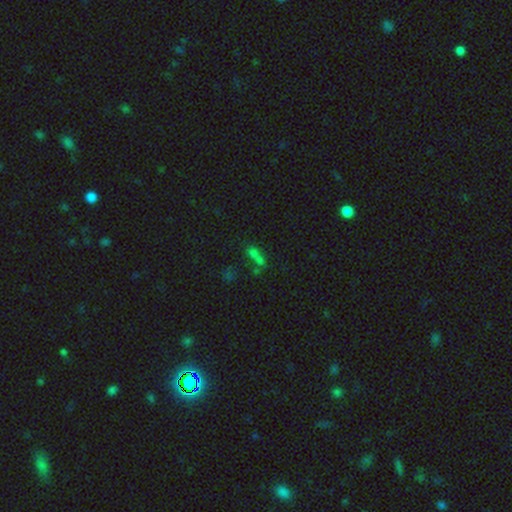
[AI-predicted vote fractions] Smooth or featured?
  - smooth: 45% *
  - star or artifact: 39%
  - featured or disk: 16%
Merging?
  - merger: 50% *
  - none: 31%
  - minor disturbance: 10%
  - major disturbance: 9%